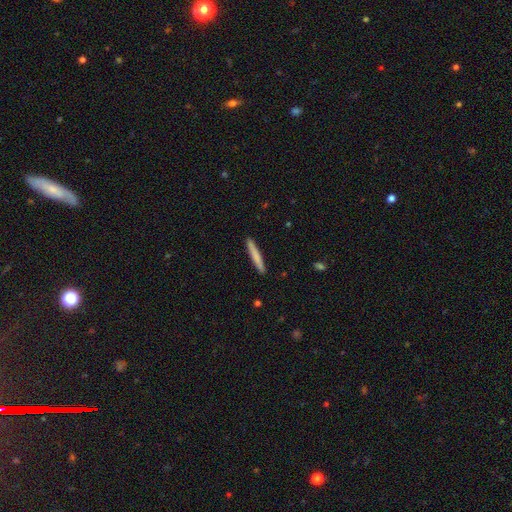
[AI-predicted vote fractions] A smooth galaxy with no disk features (76%) that is cigar-shaped (96%).

Vote fractions:
- Smooth or featured? smooth: 76% / featured or disk: 19% / star or artifact: 5%
- How rounded? cigar-shaped: 96% / in between: 3% / round: 1%
- Merging? none: 91% / minor disturbance: 6% / major disturbance: 1% / merger: 1%